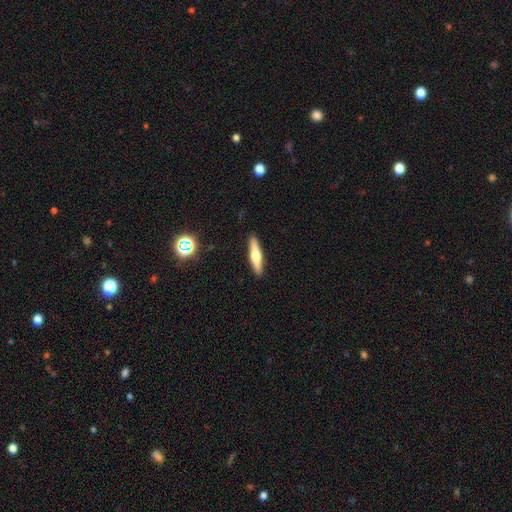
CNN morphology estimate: This appears to be a featured or disk galaxy (50%) viewed edge-on (94%). Merging: none (91%).